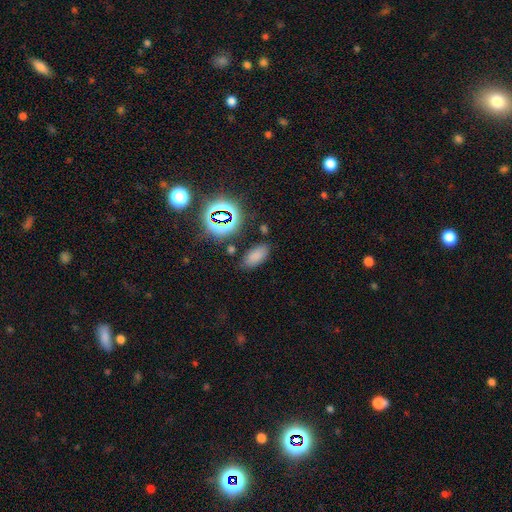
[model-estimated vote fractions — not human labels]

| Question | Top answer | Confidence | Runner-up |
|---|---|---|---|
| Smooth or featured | smooth | 72% | star or artifact (21%) |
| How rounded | in between | 91% | cigar-shaped (5%) |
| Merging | none | 81% | minor disturbance (12%) |